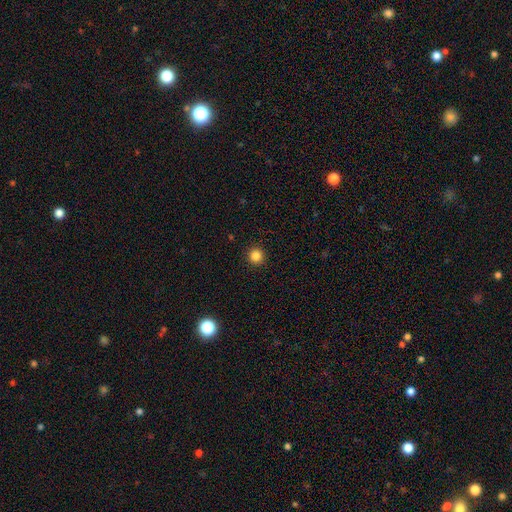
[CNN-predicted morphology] A smooth galaxy with no disk features (85%) that is round (95%).

Vote fractions:
- Smooth or featured? smooth: 85% / star or artifact: 12% / featured or disk: 3%
- How rounded? round: 95% / in between: 4% / cigar-shaped: 1%
- Merging? none: 93% / minor disturbance: 5% / major disturbance: 2% / merger: 1%